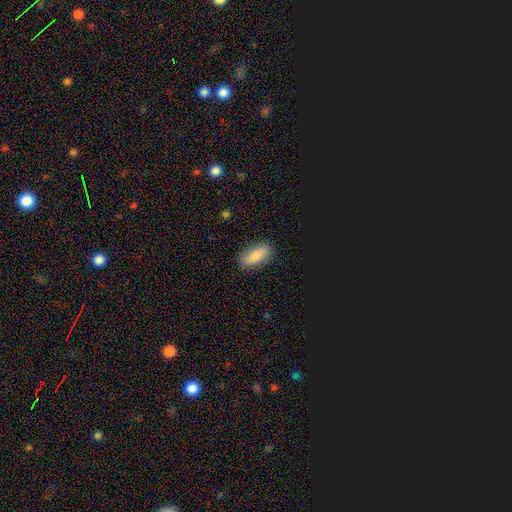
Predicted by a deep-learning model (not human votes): smooth 80%, featured or disk 13%, star or artifact 8%. Down the decision tree: how rounded — in between (86%); merging — none (83%).